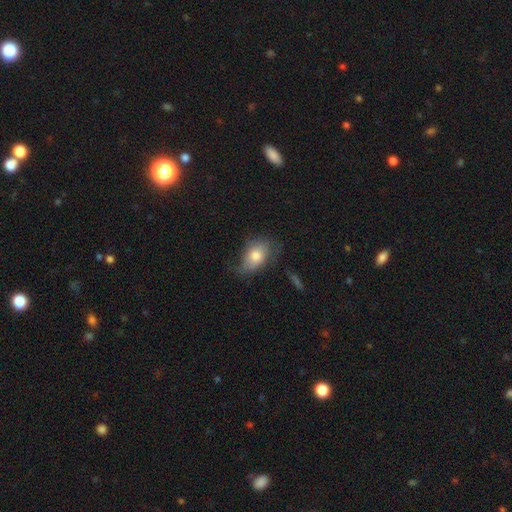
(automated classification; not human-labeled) The model was most divided on "merging": none: 52%, minor disturbance: 32%, major disturbance: 14%, merger: 2%. More confident: how rounded — in between (86%); smooth or featured — smooth (74%).